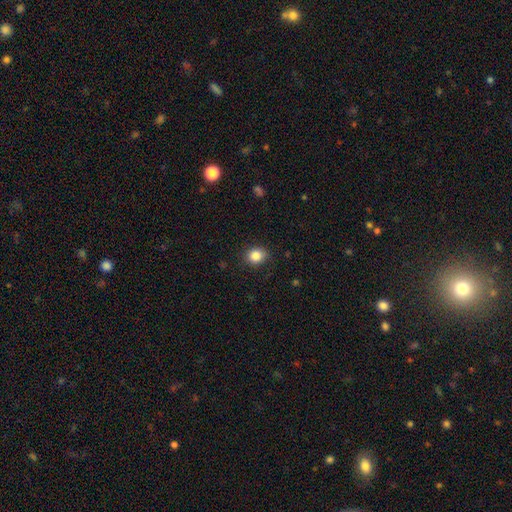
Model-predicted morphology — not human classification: smooth_or_featured: smooth (p=0.85) [alt: star or artifact p=0.10]
how_rounded: round (p=0.68) [alt: in between p=0.31]
merging: none (p=0.87) [alt: minor disturbance p=0.10]